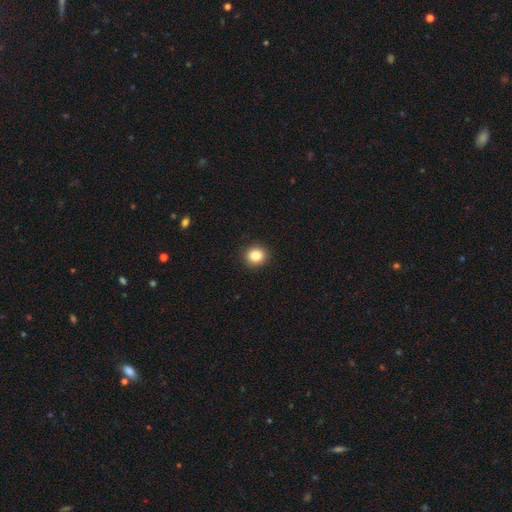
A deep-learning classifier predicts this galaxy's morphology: Smooth or featured? smooth (85%)
How rounded? round (85%)
Merging? none (92%)